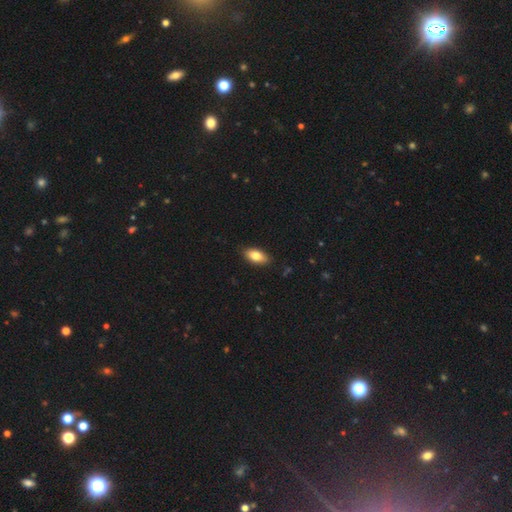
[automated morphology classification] type=smooth (79%); roundness=in between (89%); merging=none (87%).